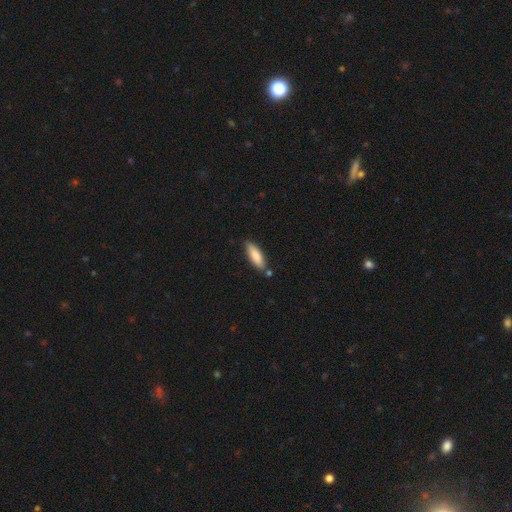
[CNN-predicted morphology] type=smooth (85%); roundness=in between (56%); merging=none (77%).